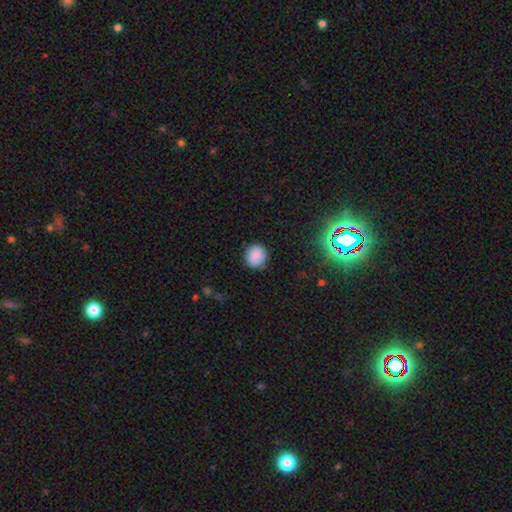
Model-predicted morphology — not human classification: This appears to be a smooth galaxy with no disk features (85%) that is round (86%). Merging: none (83%).